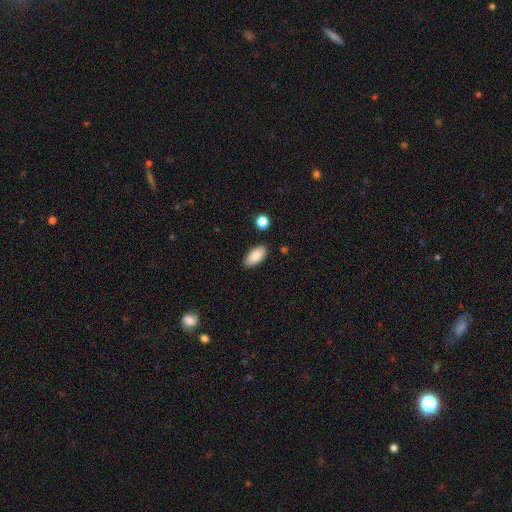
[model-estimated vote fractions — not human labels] This is clearly a smooth galaxy (86%). How rounded: clearly in between (93%). Merging: clearly none (86%).